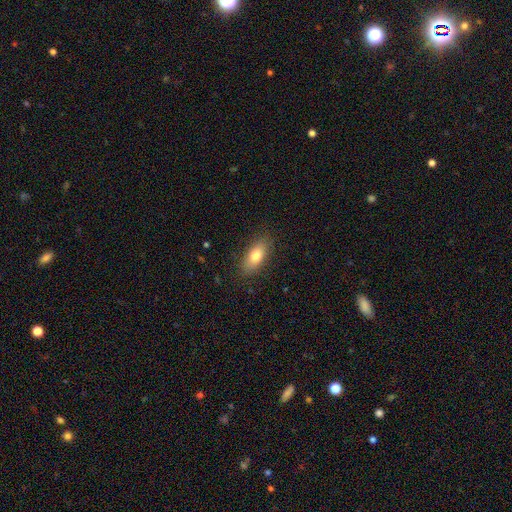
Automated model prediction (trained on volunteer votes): A smooth galaxy with no disk features (76%) that is in between round and cigar-shaped (83%). Merging: none (85%).